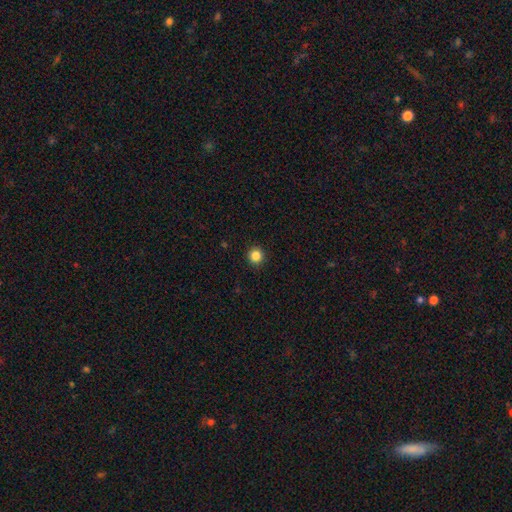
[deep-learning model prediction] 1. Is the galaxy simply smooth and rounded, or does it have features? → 85% smooth, 11% star or artifact, 3% featured or disk.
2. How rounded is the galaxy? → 95% round, 4% in between, 1% cigar-shaped.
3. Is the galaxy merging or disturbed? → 93% none, 5% minor disturbance, 2% major disturbance, 1% merger.